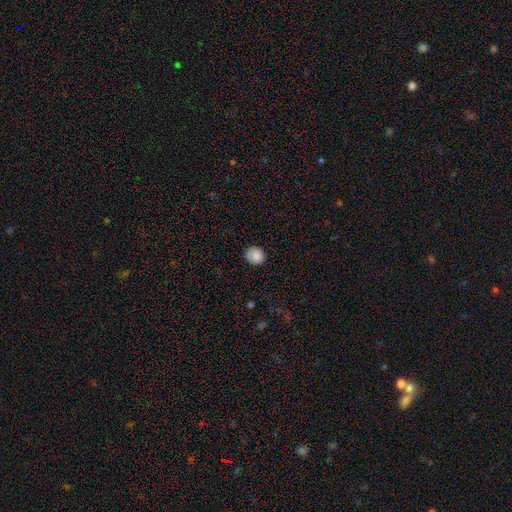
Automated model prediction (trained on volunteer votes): smooth_or_featured: smooth (p=0.85) [alt: star or artifact p=0.09]
how_rounded: round (p=0.81) [alt: in between p=0.18]
merging: none (p=0.81) [alt: minor disturbance p=0.15]